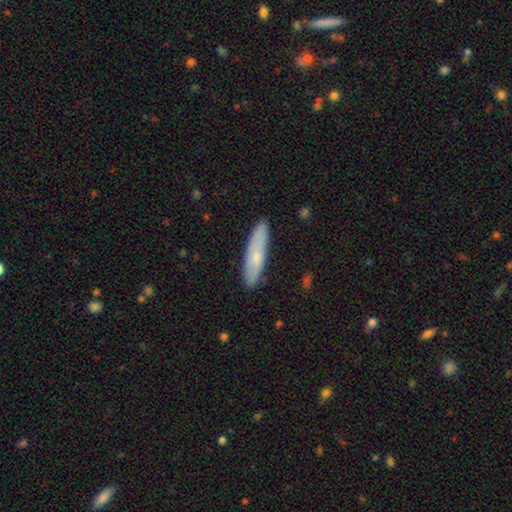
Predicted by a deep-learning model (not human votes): Q: Smooth or featured?
A: smooth (60%); runner-up: featured or disk (34%)
Q: How rounded?
A: cigar-shaped (74%); runner-up: in between (24%)
Q: Merging?
A: none (87%); runner-up: minor disturbance (11%)